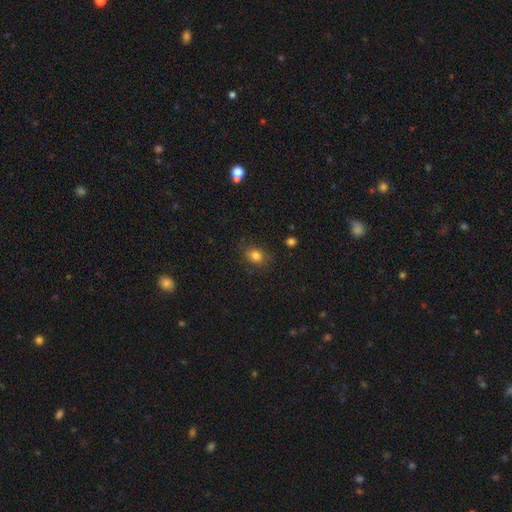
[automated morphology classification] A smooth galaxy with no disk features (81%) that is in between round and cigar-shaped (50%).

Vote fractions:
- Smooth or featured? smooth: 81% / star or artifact: 12% / featured or disk: 7%
- How rounded? in between: 50% / round: 49% / cigar-shaped: 1%
- Merging? none: 78% / minor disturbance: 16% / major disturbance: 4% / merger: 2%